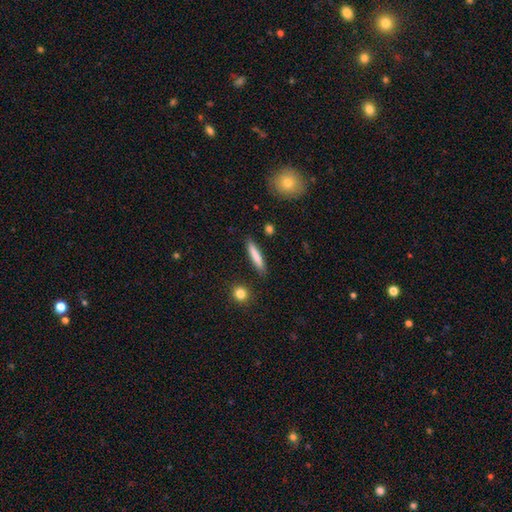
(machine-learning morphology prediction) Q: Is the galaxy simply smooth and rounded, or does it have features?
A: smooth — 79%.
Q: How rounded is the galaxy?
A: cigar-shaped — 90%.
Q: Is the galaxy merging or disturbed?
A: none — 89%.